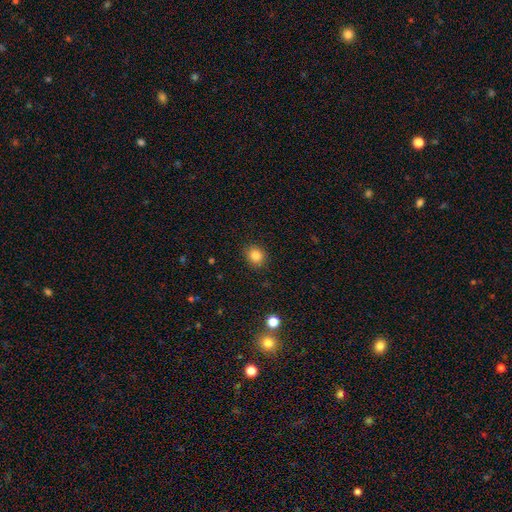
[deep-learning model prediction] smooth_or_featured: smooth (p=0.83) [alt: star or artifact p=0.11]
how_rounded: round (p=0.75) [alt: in between p=0.24]
merging: none (p=0.89) [alt: minor disturbance p=0.07]